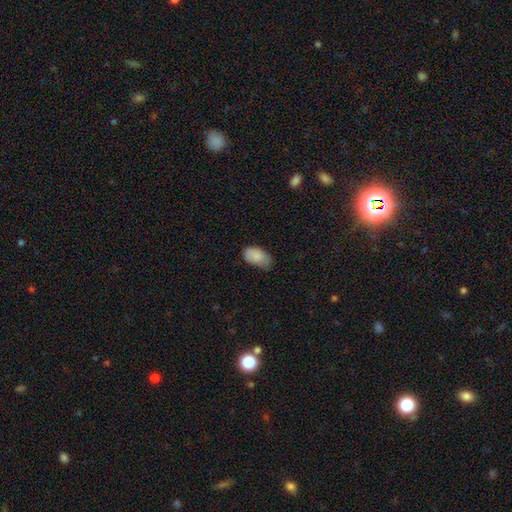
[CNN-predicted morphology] Smooth or featured: smooth — 85% (featured or disk — 8%)
How rounded: in between — 92% (round — 6%)
Merging: none — 46% (minor disturbance — 42%)